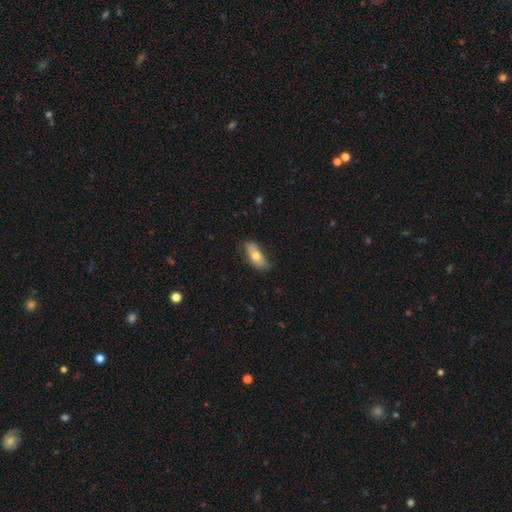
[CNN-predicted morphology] smooth_or_featured: smooth (p=0.67) [alt: featured or disk p=0.27]
how_rounded: in between (p=0.82) [alt: cigar-shaped p=0.15]
merging: none (p=0.73) [alt: minor disturbance p=0.22]